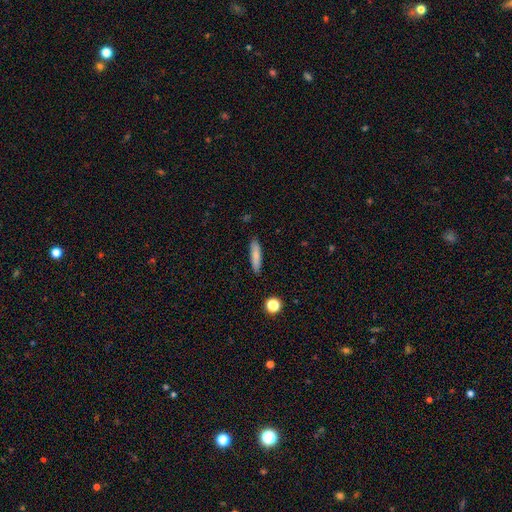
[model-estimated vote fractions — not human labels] smooth-or-featured: smooth: 81% | featured or disk: 12% | star or artifact: 8%
  how-rounded: cigar-shaped: 81% | in between: 17% | round: 2%
  merging: none: 88% | minor disturbance: 9% | major disturbance: 2% | merger: 1%